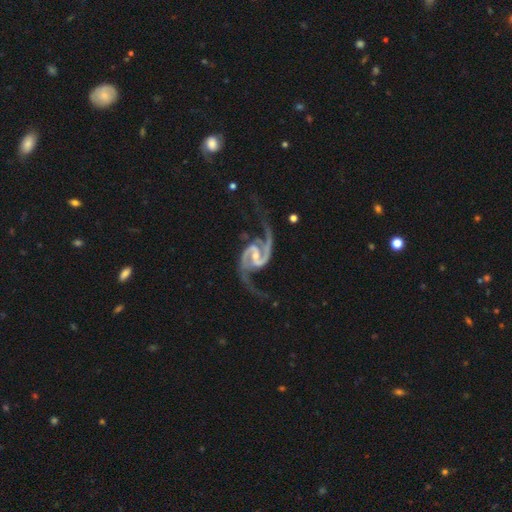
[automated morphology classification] type=featured or disk (95%); edge-on=no (98%); bar=weak (44%); spiral arms=yes (99%); winding=medium (47%); arm count=2 (94%); bulge=small (55%); merging=none (63%).